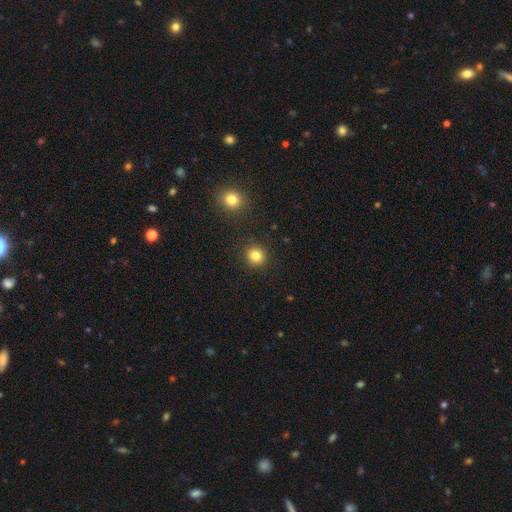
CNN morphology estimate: A smooth galaxy with no disk features (82%) that is round (89%). Merging: none (90%).